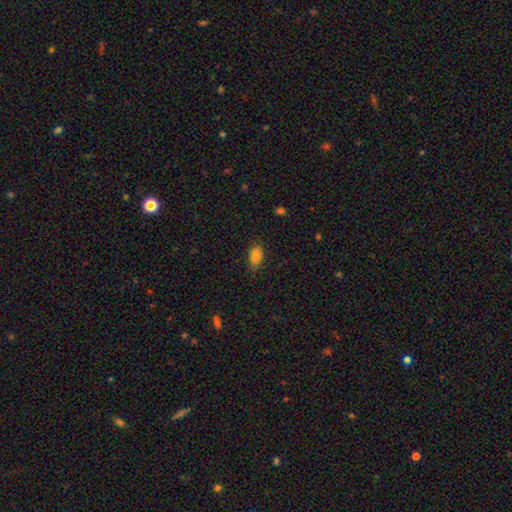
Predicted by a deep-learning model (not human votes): smooth-or-featured: smooth: 83% | star or artifact: 10% | featured or disk: 7%
  how-rounded: in between: 89% | round: 8% | cigar-shaped: 3%
  merging: none: 78% | minor disturbance: 17% | major disturbance: 3% | merger: 1%